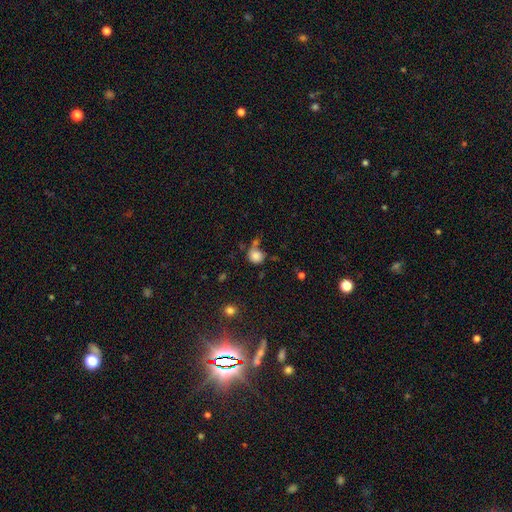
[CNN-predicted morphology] The model was most divided on "merging": none: 49%, merger: 22%, minor disturbance: 19%, major disturbance: 10%. More confident: how rounded — round (82%); smooth or featured — smooth (82%).